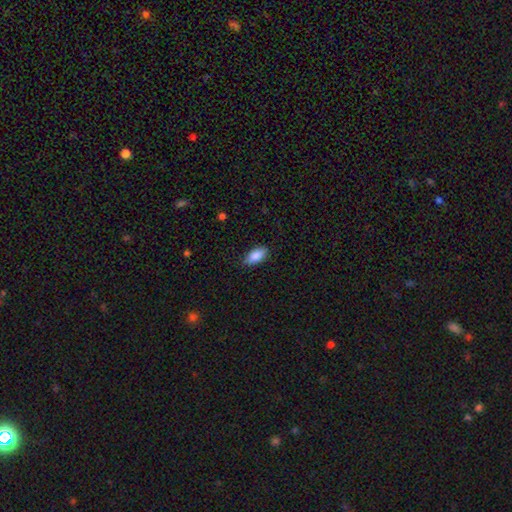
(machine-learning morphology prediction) smooth-or-featured: smooth: 87% | star or artifact: 7% | featured or disk: 6%
  how-rounded: in between: 88% | cigar-shaped: 9% | round: 3%
  merging: none: 84% | minor disturbance: 13% | major disturbance: 2% | merger: 1%